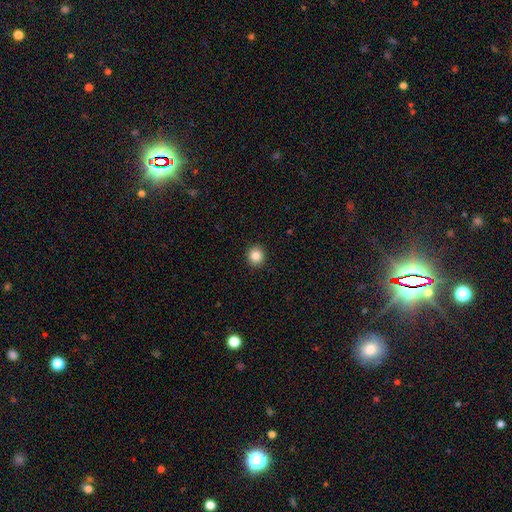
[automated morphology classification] Smooth or featured? smooth (85%)
How rounded? round (90%)
Merging? none (92%)